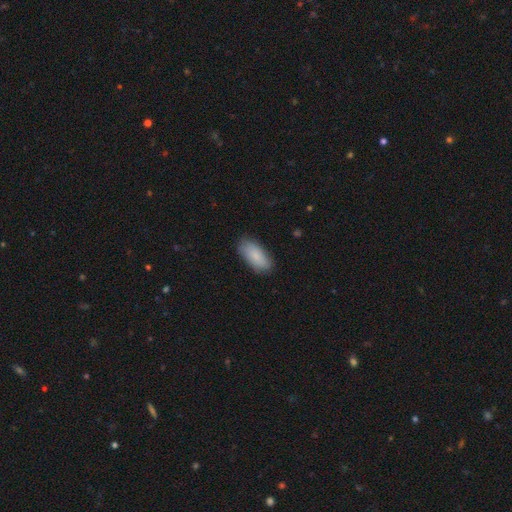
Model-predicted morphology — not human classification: Smooth or featured? Predicted: smooth (p=0.85). How rounded? Predicted: in between (p=0.88). Merging? Predicted: none (p=0.84).